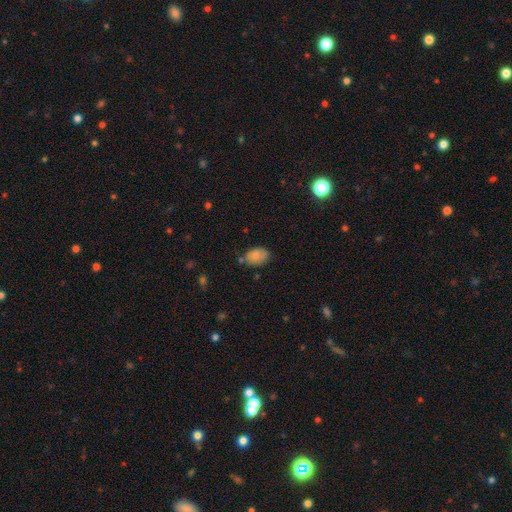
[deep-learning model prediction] smooth 81%, featured or disk 10%, star or artifact 9%. Down the decision tree: how rounded — in between (86%); merging — none (65%).